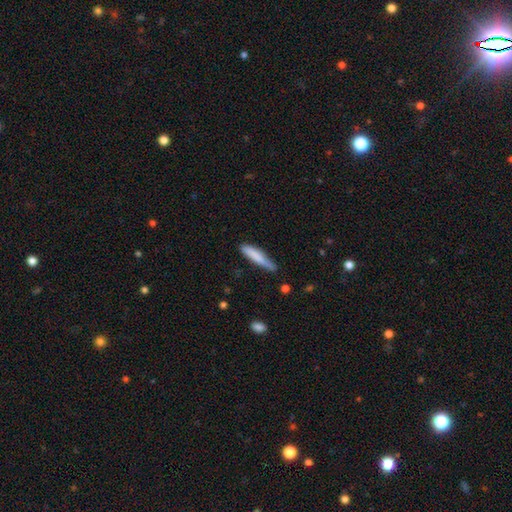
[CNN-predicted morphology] Smooth or featured? Predicted: smooth (p=0.78). How rounded? Predicted: cigar-shaped (p=0.86). Merging? Predicted: none (p=0.64).